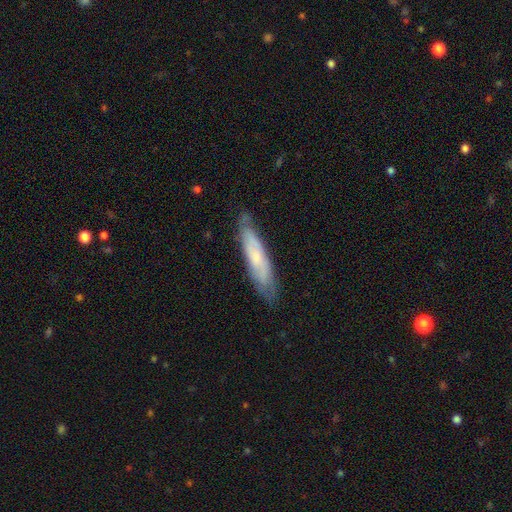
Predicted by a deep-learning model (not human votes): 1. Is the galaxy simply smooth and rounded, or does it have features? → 50% smooth, 43% featured or disk, 7% star or artifact.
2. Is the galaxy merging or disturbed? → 76% none, 19% minor disturbance, 4% major disturbance, 1% merger.